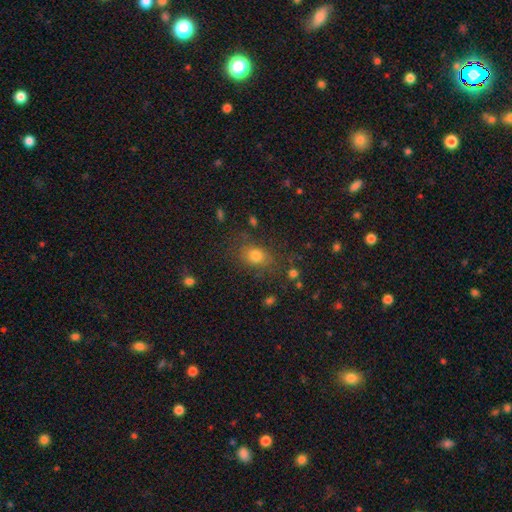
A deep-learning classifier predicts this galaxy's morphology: A smooth galaxy with no disk features (76%) that is in between round and cigar-shaped (56%).

Vote fractions:
- Smooth or featured? smooth: 76% / star or artifact: 15% / featured or disk: 10%
- How rounded? in between: 56% / round: 43% / cigar-shaped: 2%
- Merging? none: 76% / minor disturbance: 15% / major disturbance: 7% / merger: 3%